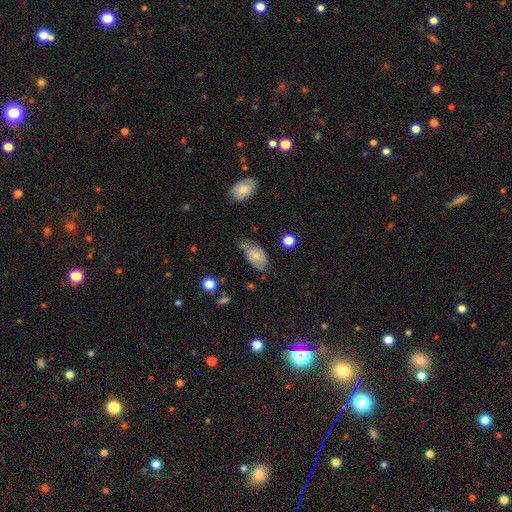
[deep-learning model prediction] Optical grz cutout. It shows a smooth galaxy with no disk features (72%) that is in between round and cigar-shaped (92%). Merging: none (41%).